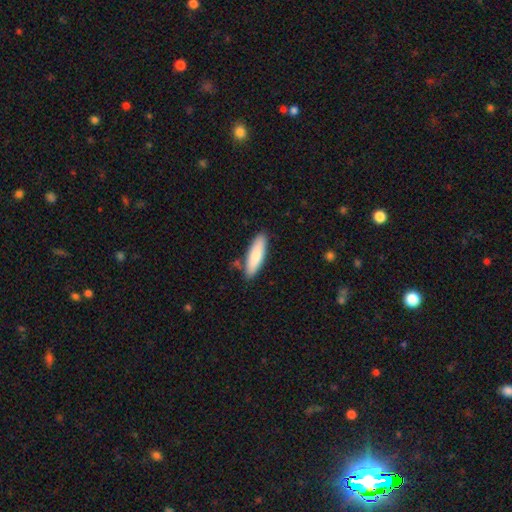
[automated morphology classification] smooth 84%, featured or disk 11%, star or artifact 5%. Down the decision tree: how rounded — cigar-shaped (57%); merging — none (82%).